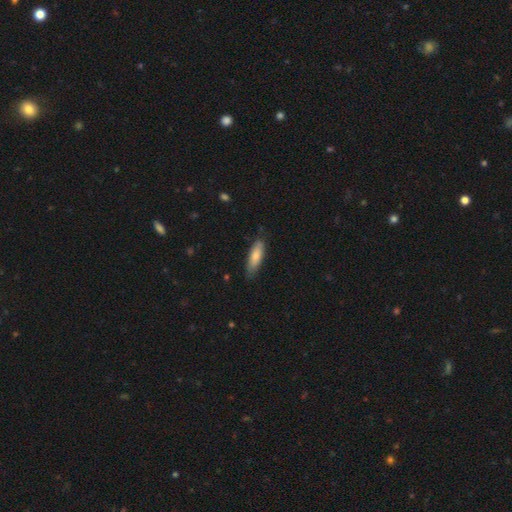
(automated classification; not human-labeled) This appears to be a smooth galaxy with no disk features (80%) that is in between round and cigar-shaped (52%). Merging: none (78%).